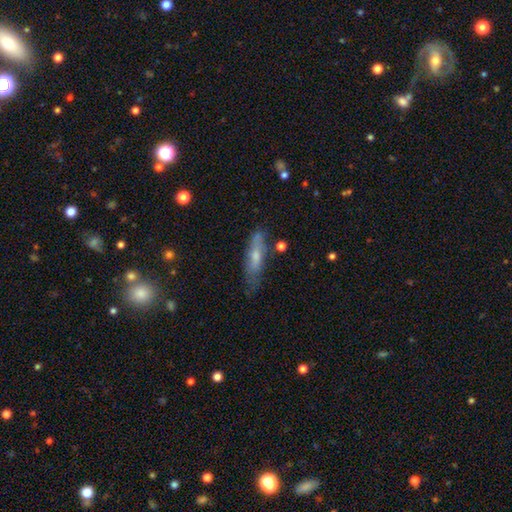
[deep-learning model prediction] This is possibly a smooth galaxy (56%). How rounded: likely cigar-shaped (68%). Merging: likely none (65%).